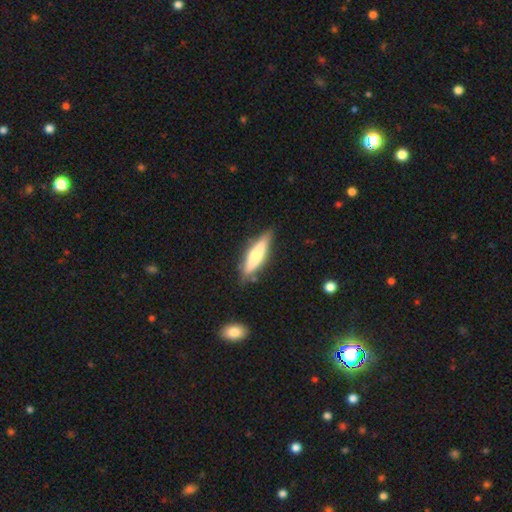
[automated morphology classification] The model was most divided on "smooth or featured": smooth: 54%, featured or disk: 40%, star or artifact: 6%. More confident: merging — none (80%); how rounded — cigar-shaped (71%).